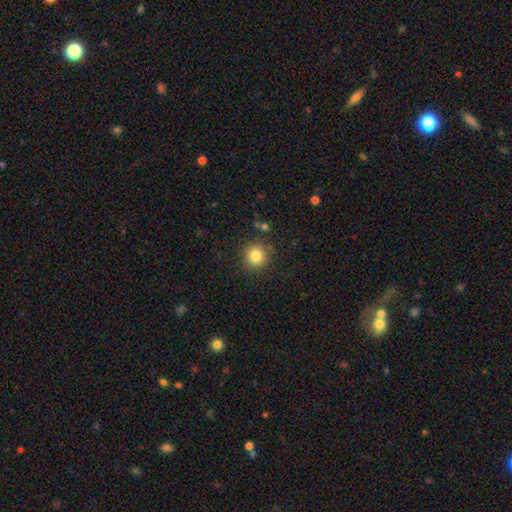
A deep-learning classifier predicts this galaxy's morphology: A smooth galaxy with no disk features (83%) that is round (92%).

Vote fractions:
- Smooth or featured? smooth: 83% / star or artifact: 11% / featured or disk: 6%
- How rounded? round: 92% / in between: 7% / cigar-shaped: 1%
- Merging? none: 86% / minor disturbance: 9% / major disturbance: 3% / merger: 2%